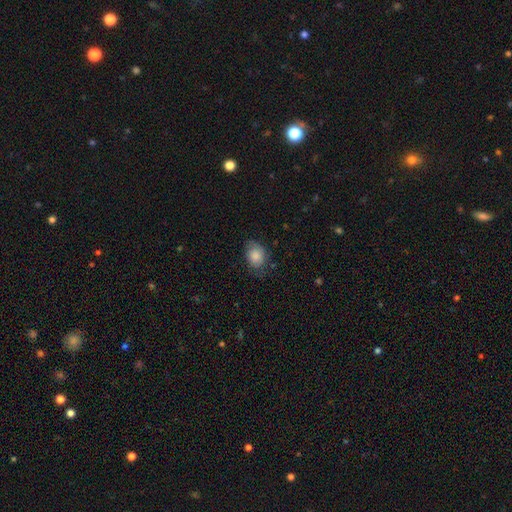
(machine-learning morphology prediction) Smooth or featured? Predicted: smooth (p=0.78). How rounded? Predicted: in between (p=0.59). Merging? Predicted: none (p=0.61).